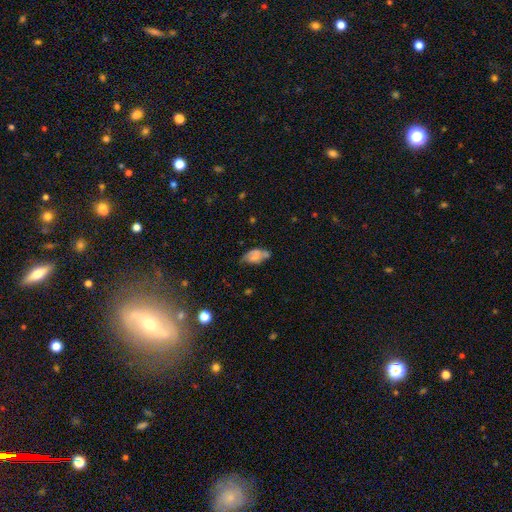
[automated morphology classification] Smooth or featured?
  - smooth: 61% *
  - featured or disk: 29%
  - star or artifact: 10%
How rounded?
  - in between: 89% *
  - round: 7%
  - cigar-shaped: 4%
Merging?
  - none: 36% *
  - minor disturbance: 31%
  - merger: 17%
  - major disturbance: 16%